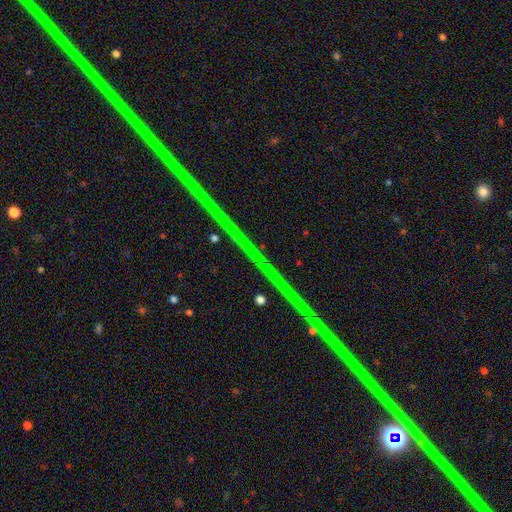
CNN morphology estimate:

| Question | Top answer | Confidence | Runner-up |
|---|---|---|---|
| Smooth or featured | star or artifact | 90% | featured or disk (6%) |